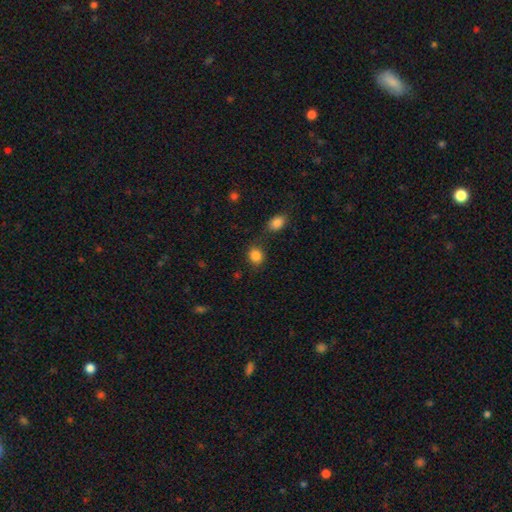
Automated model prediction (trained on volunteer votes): Morphology: type=smooth (85%); roundness=round (69%); merging=none (76%).